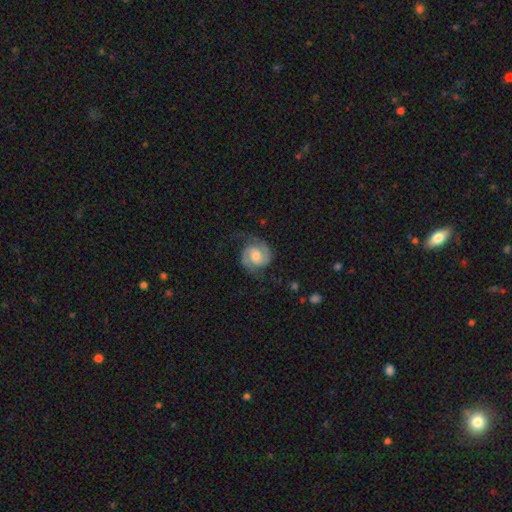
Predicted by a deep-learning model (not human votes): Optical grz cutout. It shows a featured or disk galaxy (80%) with no bar (51%), 2 (92%) medium (50%) spiral arms (96%) and a moderate central bulge (53%). Merging: none (70%).